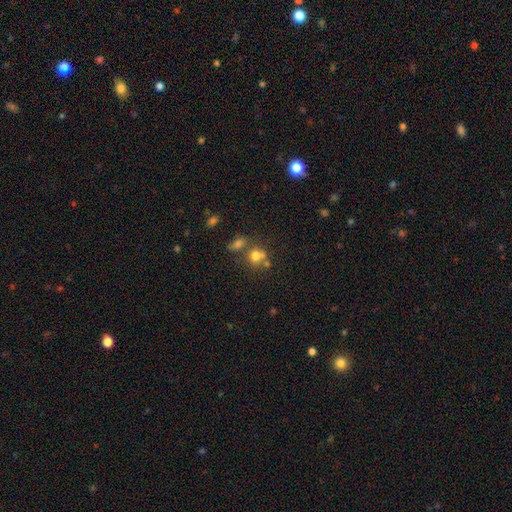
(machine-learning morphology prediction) type=smooth (71%); roundness=round (78%); merging=none (44%).